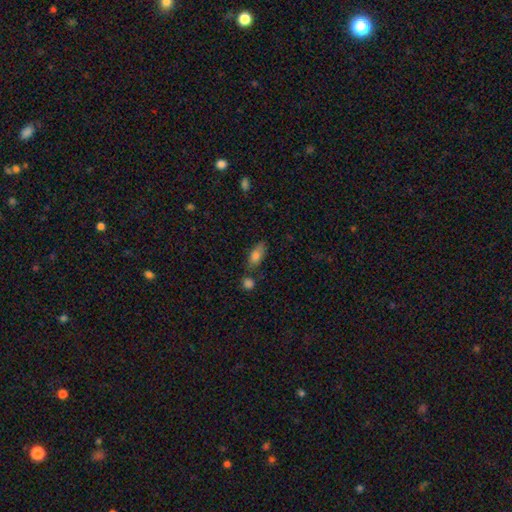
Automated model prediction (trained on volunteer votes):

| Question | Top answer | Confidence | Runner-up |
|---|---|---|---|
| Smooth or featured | smooth | 77% | featured or disk (15%) |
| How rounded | in between | 79% | cigar-shaped (16%) |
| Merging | none | 61% | minor disturbance (20%) |